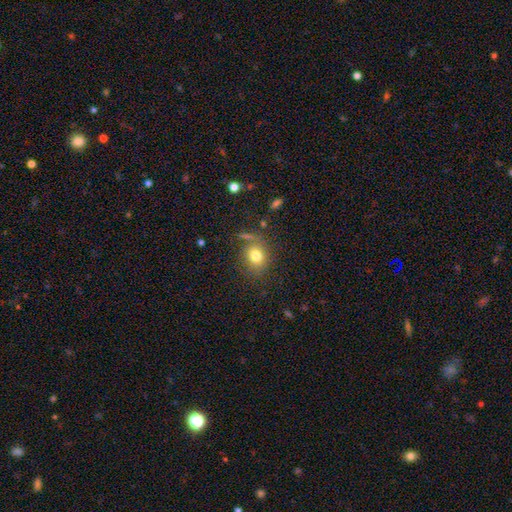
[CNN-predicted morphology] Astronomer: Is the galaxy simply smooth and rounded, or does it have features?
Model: smooth — 77%.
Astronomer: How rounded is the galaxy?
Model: round — 58% (runner-up: in between, 41%).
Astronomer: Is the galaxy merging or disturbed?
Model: none — 70%.